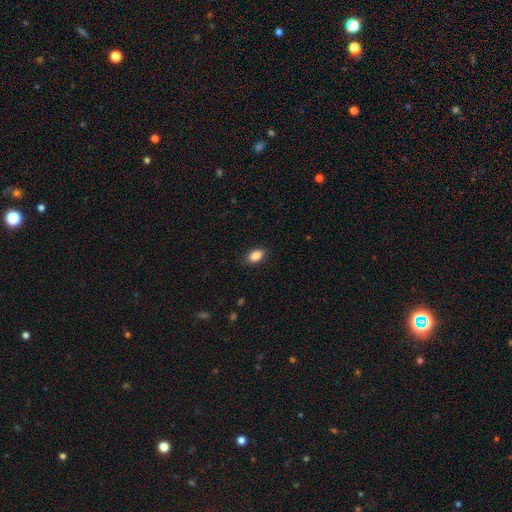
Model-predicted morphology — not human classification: A smooth galaxy with no disk features (87%) that is in between round and cigar-shaped (90%).

Vote fractions:
- Smooth or featured? smooth: 87% / star or artifact: 8% / featured or disk: 5%
- How rounded? in between: 90% / round: 7% / cigar-shaped: 3%
- Merging? none: 86% / minor disturbance: 11% / major disturbance: 2% / merger: 1%